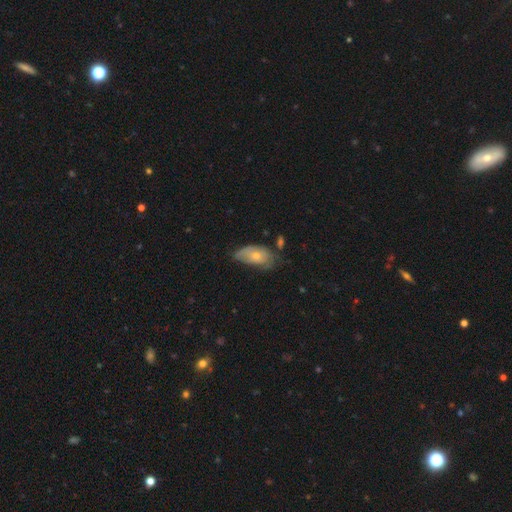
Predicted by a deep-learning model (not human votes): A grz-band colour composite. It shows a smooth galaxy with no disk features (54%) that is in between round and cigar-shaped (91%). Merging: minor disturbance (41%).